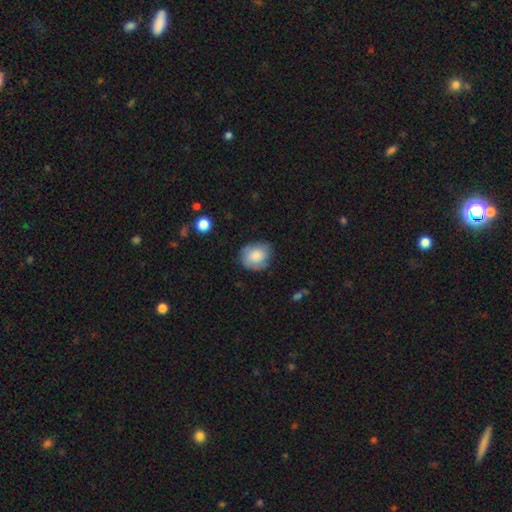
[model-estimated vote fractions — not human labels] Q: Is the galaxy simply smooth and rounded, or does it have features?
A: smooth — 73%.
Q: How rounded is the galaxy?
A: round — 64%.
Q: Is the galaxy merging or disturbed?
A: none — 72%.